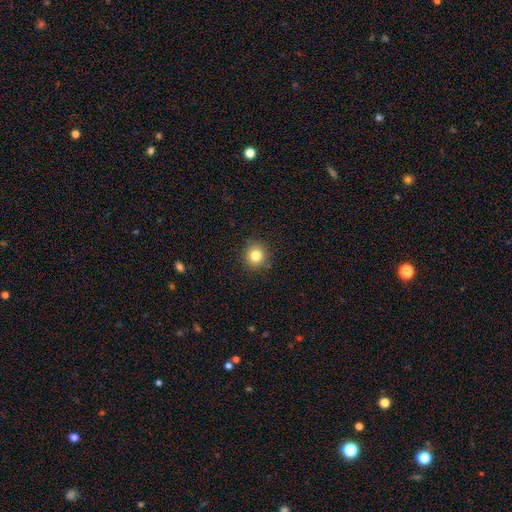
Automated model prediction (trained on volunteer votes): Smooth or featured: smooth — 82% (star or artifact — 11%)
How rounded: round — 91% (in between — 8%)
Merging: none — 89% (minor disturbance — 7%)